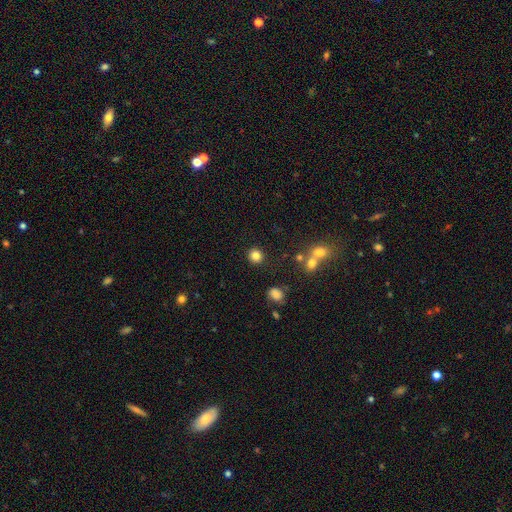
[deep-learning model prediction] This is clearly a smooth galaxy (83%). How rounded: clearly round (90%). Merging: clearly none (88%).